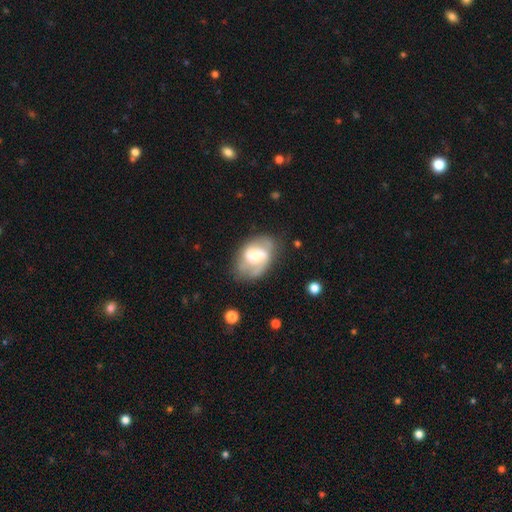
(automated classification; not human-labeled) Smooth or featured: featured or disk — 64% (smooth — 29%)
Edge-on disk: no — 96% (yes — 4%)
Bar: weak — 45% (no — 30%)
Spiral arms: yes — 78% (no — 22%)
Bulge size: moderate — 39% (small — 35%)
Merging: none — 58% (minor disturbance — 23%)